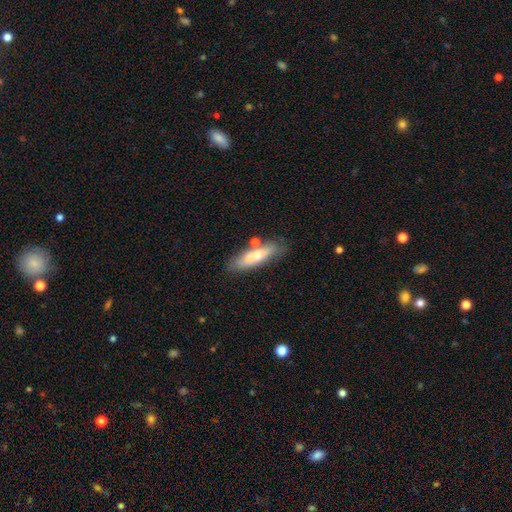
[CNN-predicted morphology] Smooth or featured? smooth (64%)
How rounded? cigar-shaped (59%)
Merging? none (71%)